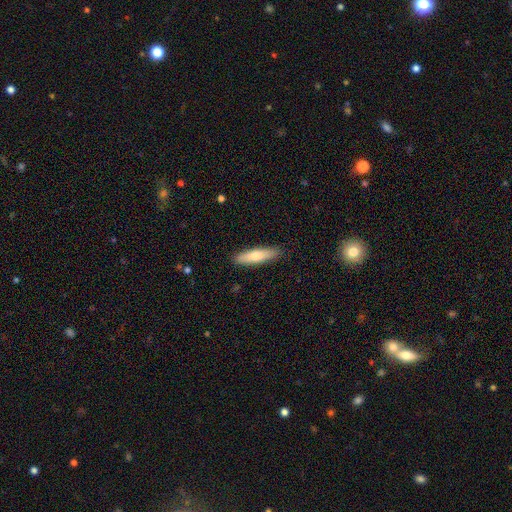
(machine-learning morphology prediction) smooth 70%, featured or disk 24%, star or artifact 6%. Down the decision tree: how rounded — cigar-shaped (72%); merging — none (89%).